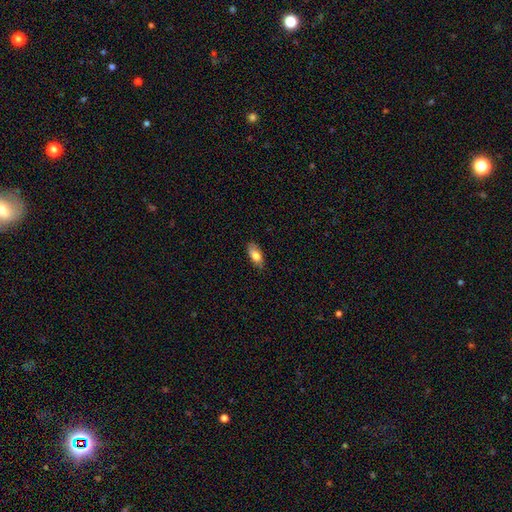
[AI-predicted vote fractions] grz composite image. It shows a smooth galaxy with no disk features (76%) that is in between round and cigar-shaped (86%). Merging: none (81%).